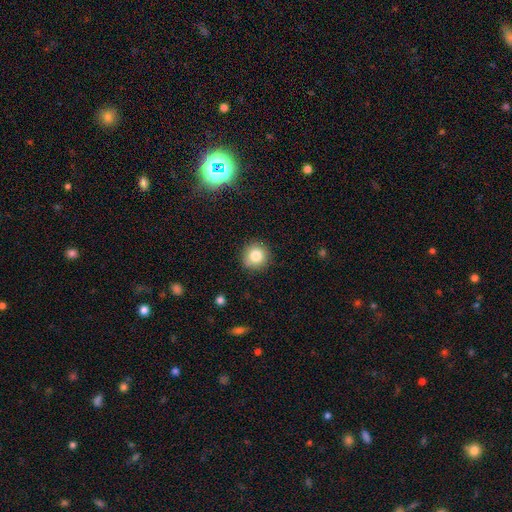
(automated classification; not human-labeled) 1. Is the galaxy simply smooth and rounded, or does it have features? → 82% smooth, 11% star or artifact, 7% featured or disk.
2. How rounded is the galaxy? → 92% round, 7% in between, 1% cigar-shaped.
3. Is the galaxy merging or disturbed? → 88% none, 9% minor disturbance, 2% major disturbance, 1% merger.